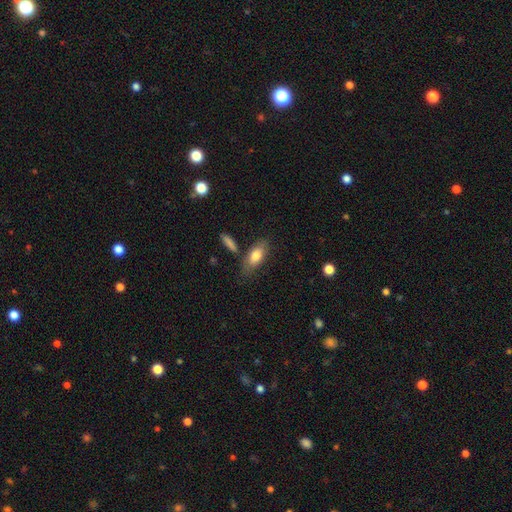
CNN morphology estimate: Q: Smooth or featured?
A: smooth (77%); runner-up: featured or disk (16%)
Q: How rounded?
A: in between (84%); runner-up: cigar-shaped (12%)
Q: Merging?
A: none (70%); runner-up: minor disturbance (18%)